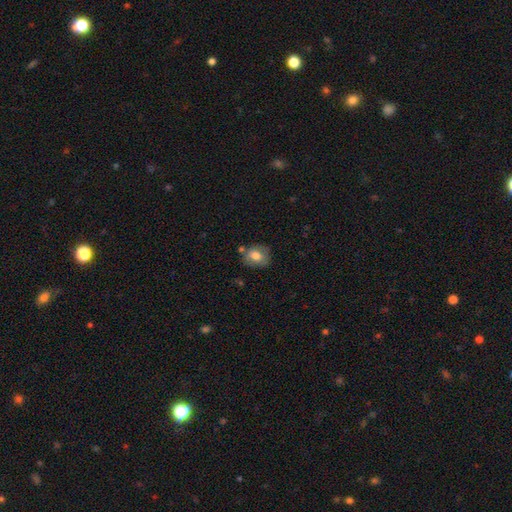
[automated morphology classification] This is likely a smooth galaxy (74%). How rounded: possibly round (54%). Merging: likely none (64%).